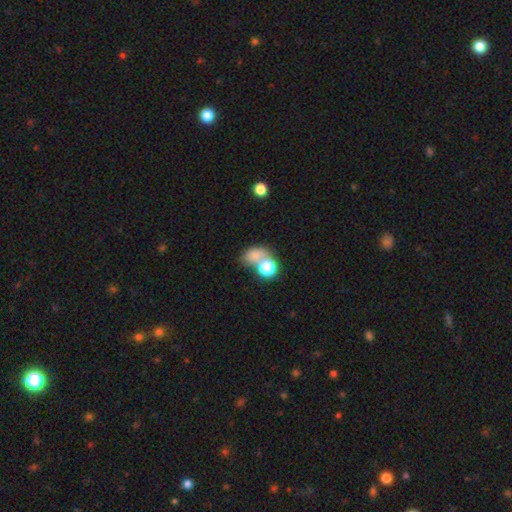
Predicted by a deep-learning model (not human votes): Morphology: type=smooth (72%); roundness=in between (62%); merging=merger (39%).